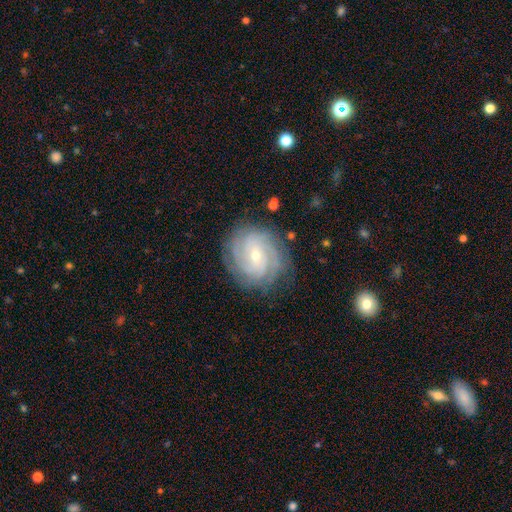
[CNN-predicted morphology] smooth-or-featured: featured or disk: 86% | smooth: 8% | star or artifact: 6%
  disk-edge-on: no: 97% | yes: 3%
    bar: no: 57% | weak: 34% | strong: 9%
    has-spiral-arms: yes: 97% | no: 3%
      spiral-winding: tight: 77% | medium: 19% | loose: 4%
      spiral-arm-count: 4: 29% | can't tell: 26% | 3: 17% | more than 4: 11% | 2: 10% | 1: 6%
    bulge-size: small: 68% | moderate: 29% | large: 1% | none: 1% | dominant: 1%
  merging: none: 82% | minor disturbance: 13% | major disturbance: 4% | merger: 1%